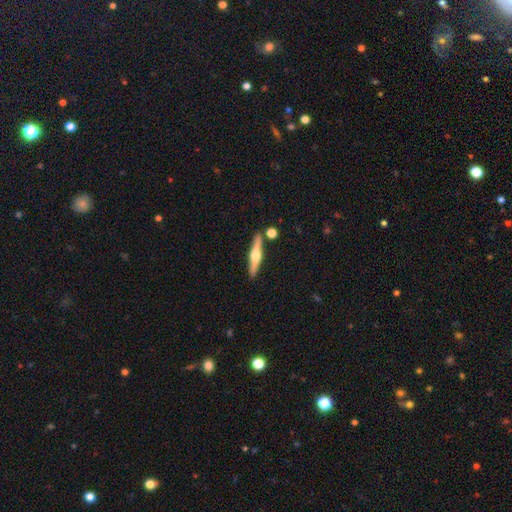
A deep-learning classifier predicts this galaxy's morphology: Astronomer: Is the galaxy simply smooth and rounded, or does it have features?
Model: featured or disk — 61%.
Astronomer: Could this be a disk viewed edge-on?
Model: yes — 96%.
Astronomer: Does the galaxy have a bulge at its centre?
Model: rounded — 94%.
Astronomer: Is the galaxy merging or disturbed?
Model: none — 84%.